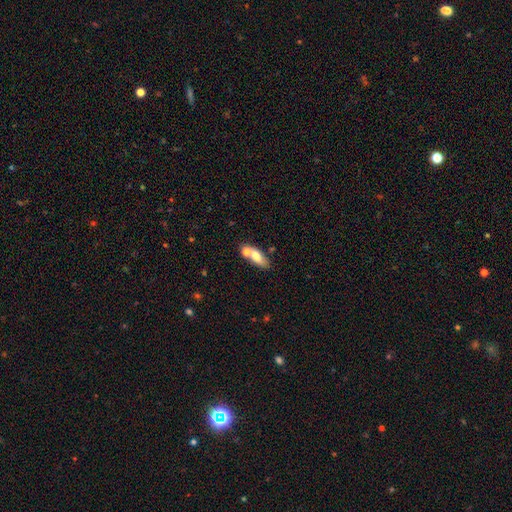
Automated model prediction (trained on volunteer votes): This is likely a smooth galaxy (71%). How rounded: likely in between (73%). Merging: possibly none (52%).